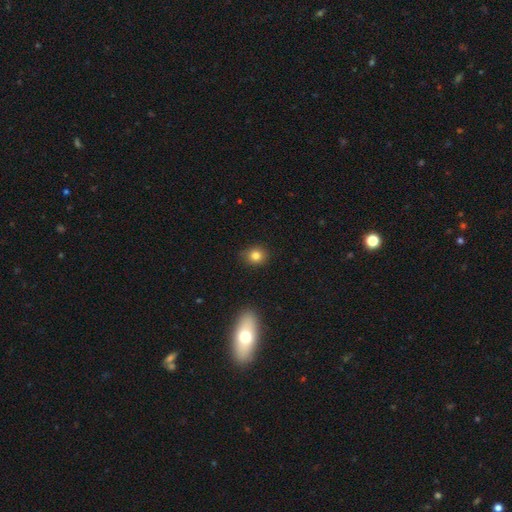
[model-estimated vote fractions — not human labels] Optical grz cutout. It shows a smooth galaxy with no disk features (82%) that is round (80%). Merging: none (85%).